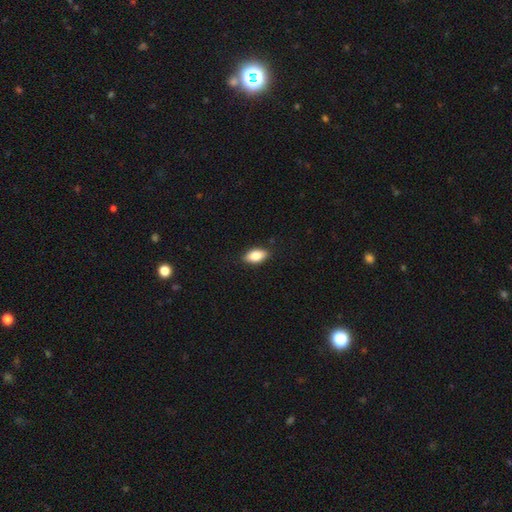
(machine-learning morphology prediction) smooth_or_featured: smooth (p=0.84) [alt: featured or disk p=0.09]
how_rounded: in between (p=0.91) [alt: cigar-shaped p=0.05]
merging: none (p=0.88) [alt: minor disturbance p=0.09]